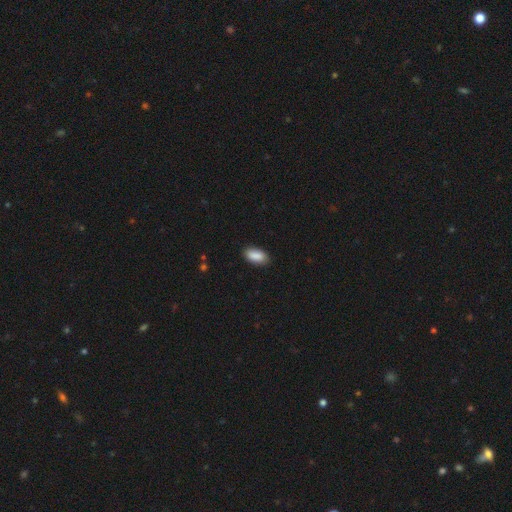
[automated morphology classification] smooth 89%, star or artifact 6%, featured or disk 4%. Down the decision tree: how rounded — in between (93%); merging — none (86%).